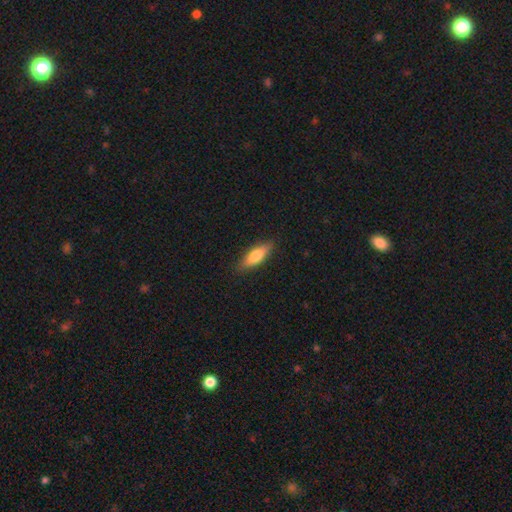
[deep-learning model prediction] Smooth or featured? Predicted: smooth (p=0.73). How rounded? Predicted: in between (p=0.50). Merging? Predicted: none (p=0.86).